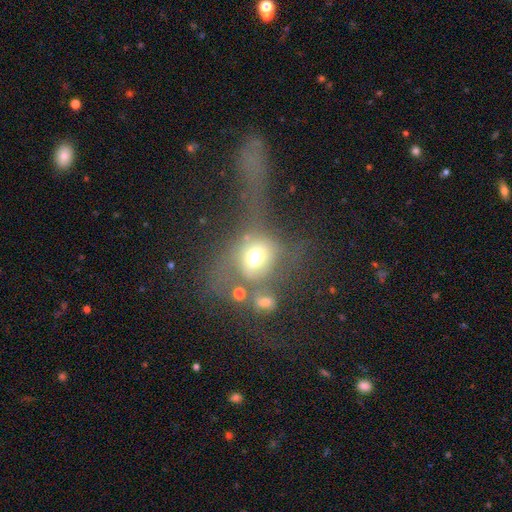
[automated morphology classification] Smooth or featured?
  - smooth: 54% *
  - featured or disk: 30%
  - star or artifact: 16%
How rounded?
  - round: 56% *
  - in between: 41%
  - cigar-shaped: 3%
Merging?
  - major disturbance: 40% *
  - merger: 27%
  - none: 21%
  - minor disturbance: 13%